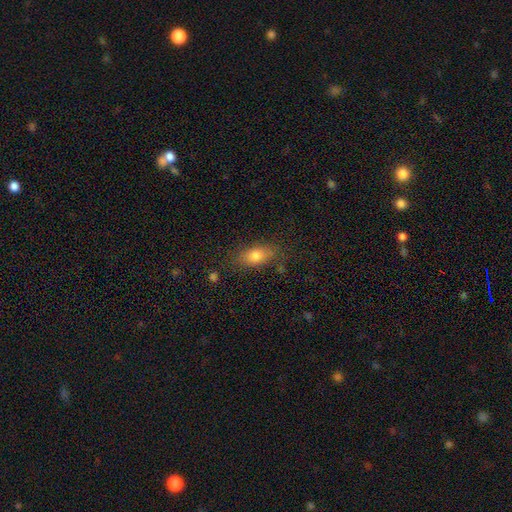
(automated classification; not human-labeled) Overall: smooth (78%). How rounded: in between (81%). Merging: none (78%).